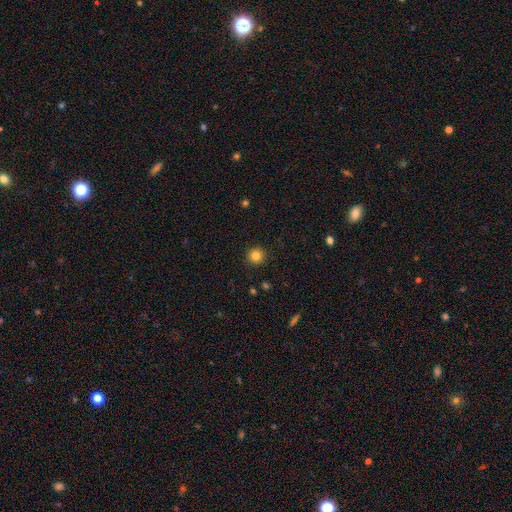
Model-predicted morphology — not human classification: type=smooth (83%); roundness=round (95%); merging=none (92%).